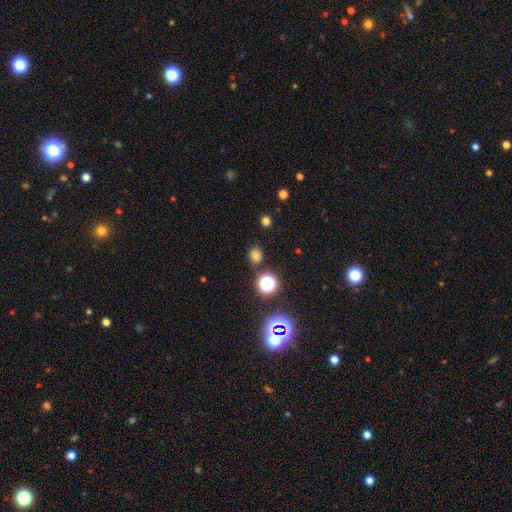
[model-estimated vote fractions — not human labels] Smooth or featured? Predicted: smooth (p=0.69). How rounded? Predicted: round (p=0.65). Merging? Predicted: none (p=0.80).